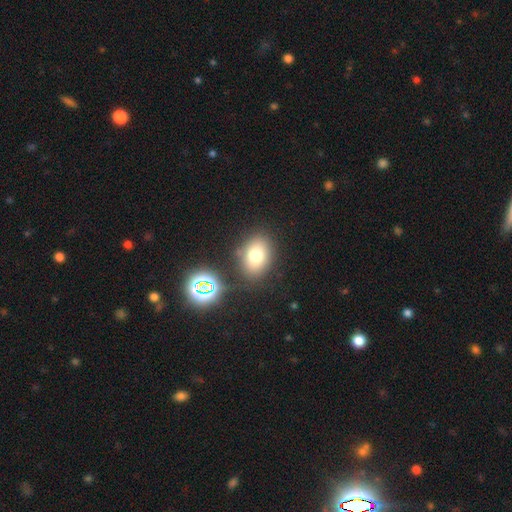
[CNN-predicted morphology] smooth-or-featured: smooth: 72% | star or artifact: 16% | featured or disk: 12%
  how-rounded: in between: 68% | round: 30% | cigar-shaped: 1%
  merging: none: 78% | minor disturbance: 12% | merger: 6% | major disturbance: 4%